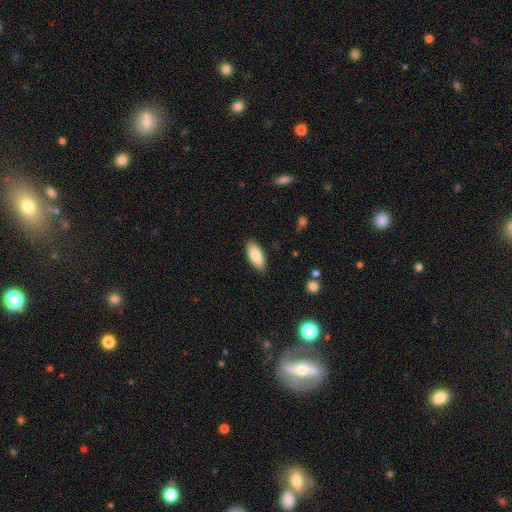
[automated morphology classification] smooth_or_featured: smooth (p=0.82) [alt: featured or disk p=0.11]
how_rounded: in between (p=0.83) [alt: cigar-shaped p=0.16]
merging: none (p=0.88) [alt: minor disturbance p=0.09]